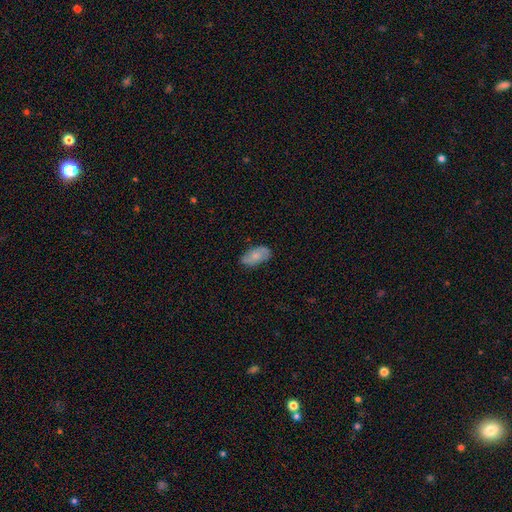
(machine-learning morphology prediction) This appears to be a smooth galaxy with no disk features (72%) that is in between round and cigar-shaped (93%). Merging: none (78%).